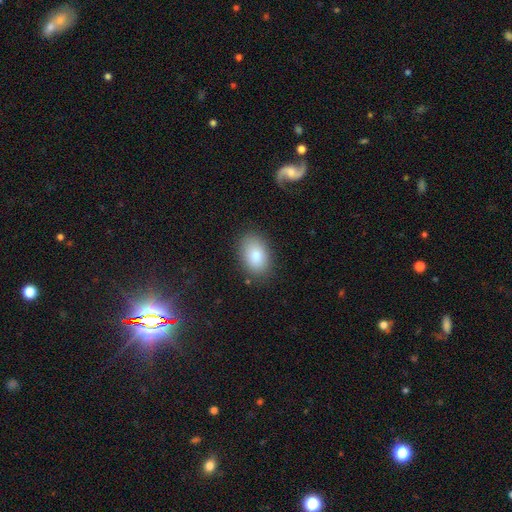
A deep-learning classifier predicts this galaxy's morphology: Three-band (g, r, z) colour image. It shows a smooth galaxy with no disk features (84%) that is in between round and cigar-shaped (89%). Merging: none (84%).